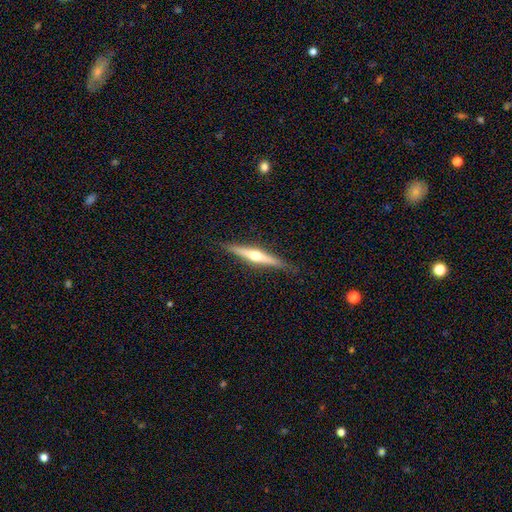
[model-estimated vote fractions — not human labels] A featured or disk galaxy (69%) viewed edge-on (98%) with a rounded central bulge (91%). Merging: none (89%).